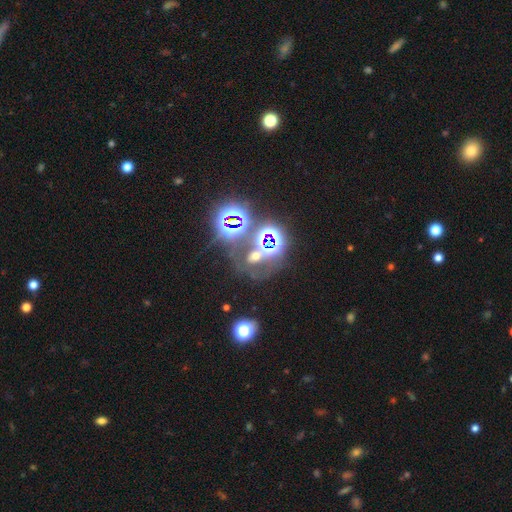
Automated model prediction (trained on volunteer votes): A star or artifact, not a galaxy (56%).